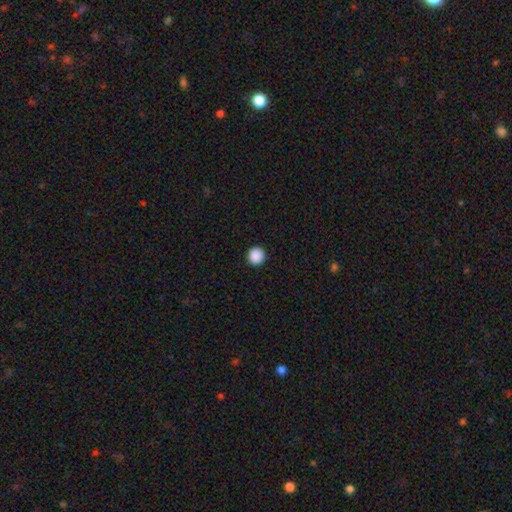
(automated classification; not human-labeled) smooth_or_featured: smooth (p=0.89) [alt: star or artifact p=0.09]
how_rounded: round (p=0.94) [alt: in between p=0.05]
merging: none (p=0.93) [alt: minor disturbance p=0.04]